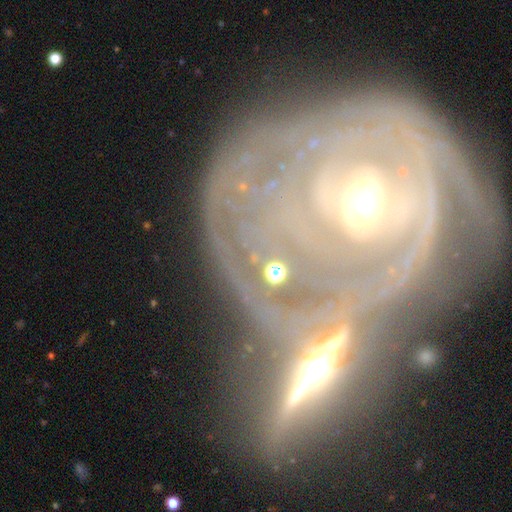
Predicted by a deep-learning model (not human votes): Smooth or featured?
  - featured or disk: 76% *
  - smooth: 14%
  - star or artifact: 10%
Edge-on disk?
  - no: 79% *
  - yes: 21%
Bar?
  - no: 54% *
  - weak: 25%
  - strong: 21%
Spiral arms?
  - yes: 71% *
  - no: 29%
Bulge size?
  - moderate: 57% *
  - small: 24%
  - large: 11%
  - none: 4%
  - dominant: 4%
Merging?
  - merger: 46% *
  - none: 31%
  - minor disturbance: 12%
  - major disturbance: 11%